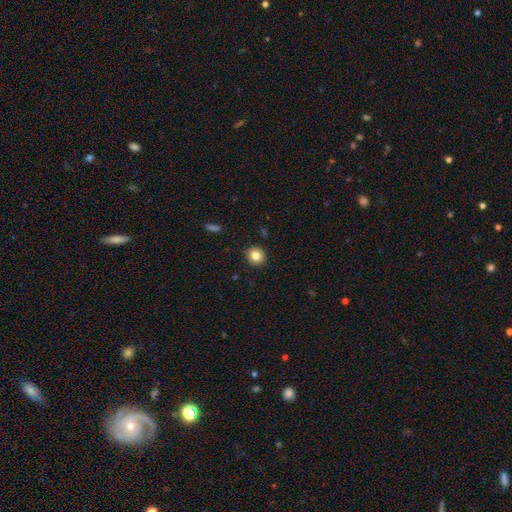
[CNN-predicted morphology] Q: Smooth or featured?
A: smooth (83%); runner-up: star or artifact (10%)
Q: How rounded?
A: round (84%); runner-up: in between (15%)
Q: Merging?
A: none (90%); runner-up: minor disturbance (7%)